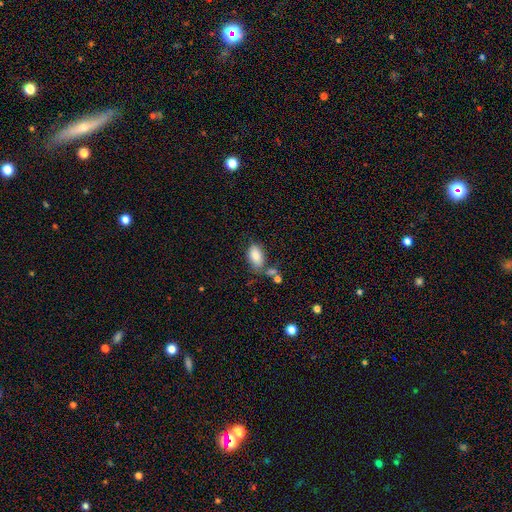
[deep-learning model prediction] The model was most divided on "merging": none: 62%, minor disturbance: 21%, merger: 11%, major disturbance: 6%. More confident: how rounded — in between (92%); smooth or featured — smooth (85%).